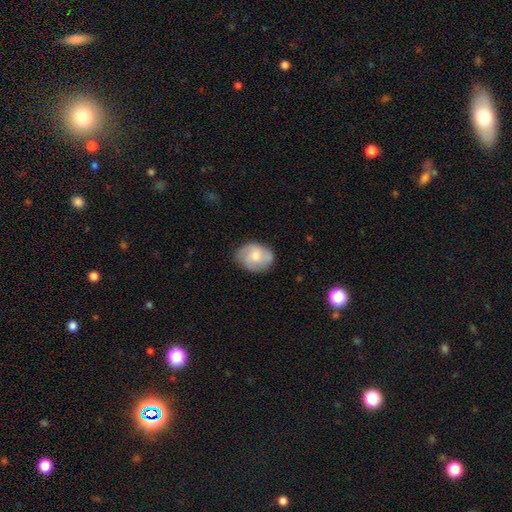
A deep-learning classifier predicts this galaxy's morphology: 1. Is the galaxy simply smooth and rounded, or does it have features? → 60% smooth, 33% featured or disk, 7% star or artifact.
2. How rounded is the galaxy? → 56% in between, 43% round, 1% cigar-shaped.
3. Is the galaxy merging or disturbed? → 68% none, 24% minor disturbance, 6% major disturbance, 2% merger.